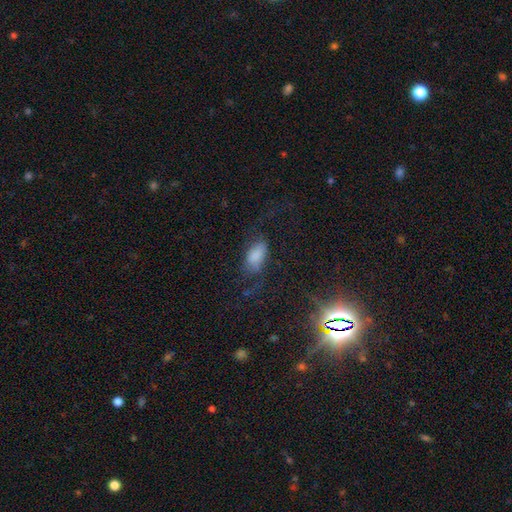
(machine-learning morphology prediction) This is likely a smooth galaxy (70%). How rounded: clearly in between (92%). Merging: possibly none (48%).